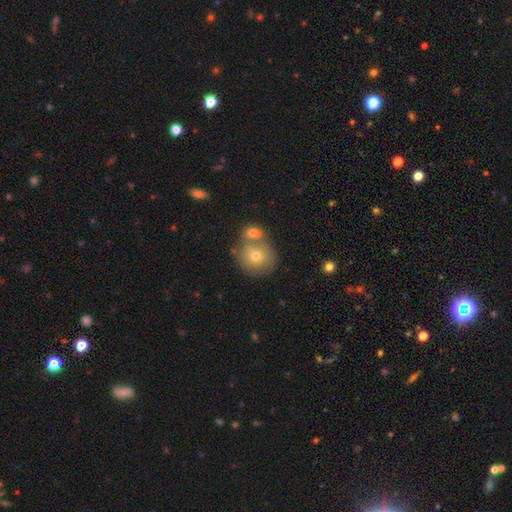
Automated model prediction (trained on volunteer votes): smooth_or_featured: smooth (p=0.64) [alt: featured or disk p=0.24]
how_rounded: round (p=0.84) [alt: in between p=0.15]
merging: none (p=0.48) [alt: merger p=0.39]